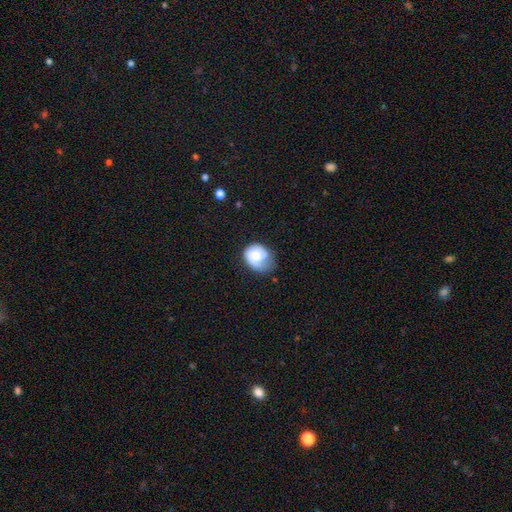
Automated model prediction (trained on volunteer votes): Morphology: type=smooth (48%); merging=none (43%).